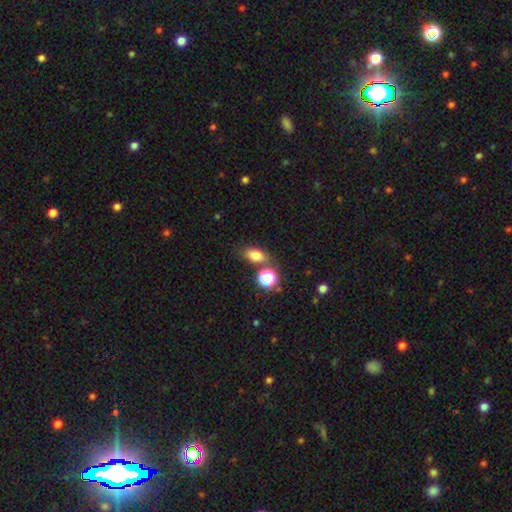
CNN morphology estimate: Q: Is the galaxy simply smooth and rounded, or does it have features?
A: smooth — 77%.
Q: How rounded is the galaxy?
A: in between — 76%.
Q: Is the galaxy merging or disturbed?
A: none — 68%.